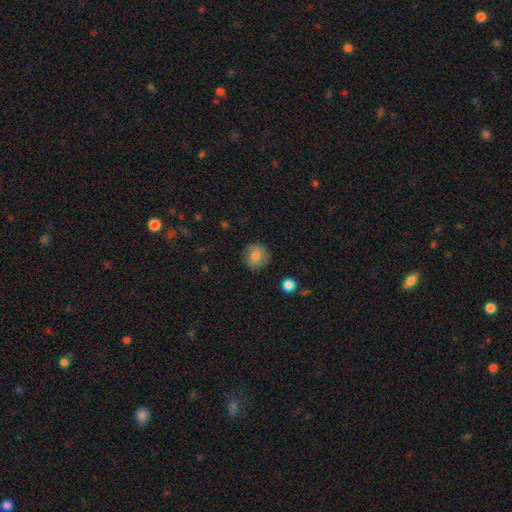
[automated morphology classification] Smooth or featured?
  - smooth: 73% *
  - featured or disk: 18%
  - star or artifact: 9%
How rounded?
  - round: 88% *
  - in between: 11%
  - cigar-shaped: 1%
Merging?
  - none: 82% *
  - minor disturbance: 13%
  - major disturbance: 4%
  - merger: 1%